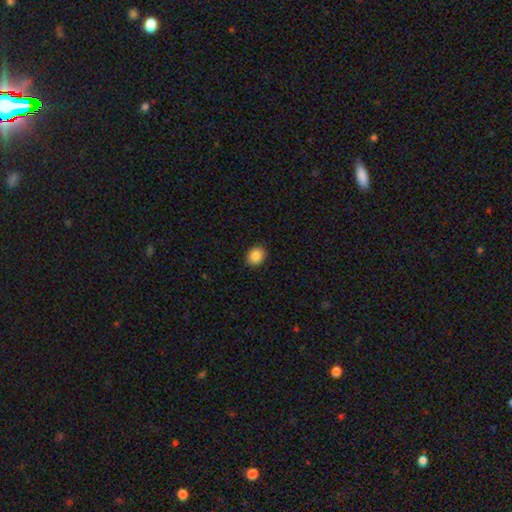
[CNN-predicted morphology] smooth 88%, star or artifact 9%, featured or disk 4%. Down the decision tree: how rounded — round (59%); merging — none (89%).